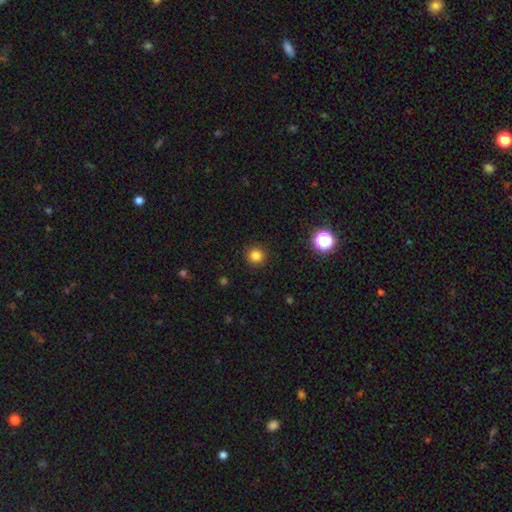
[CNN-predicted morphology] This is clearly a smooth galaxy (82%). How rounded: clearly round (93%). Merging: clearly none (91%).